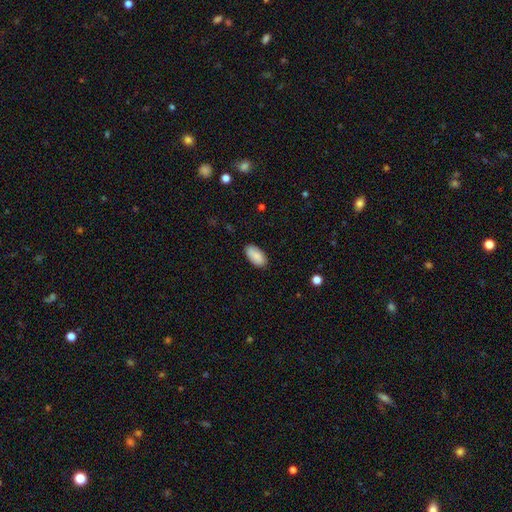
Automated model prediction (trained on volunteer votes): This is clearly a smooth galaxy (87%). How rounded: clearly in between (95%). Merging: clearly none (87%).